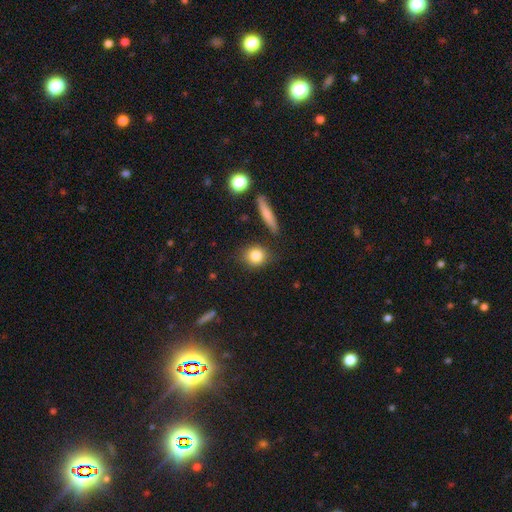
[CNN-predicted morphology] This appears to be a smooth galaxy with no disk features (83%) that is round (75%). Merging: none (83%).